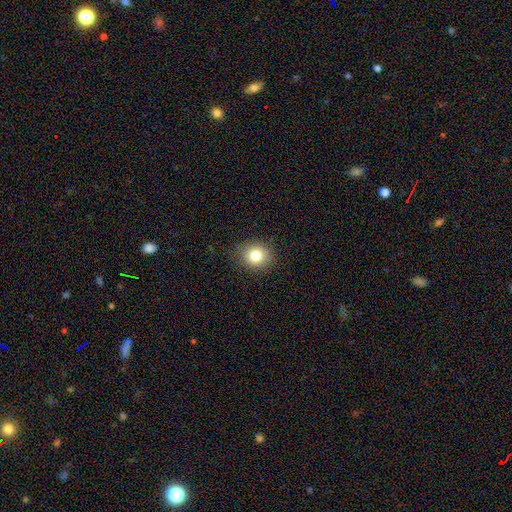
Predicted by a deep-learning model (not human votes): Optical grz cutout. It shows a smooth galaxy with no disk features (79%) that is round (81%). Merging: none (88%).